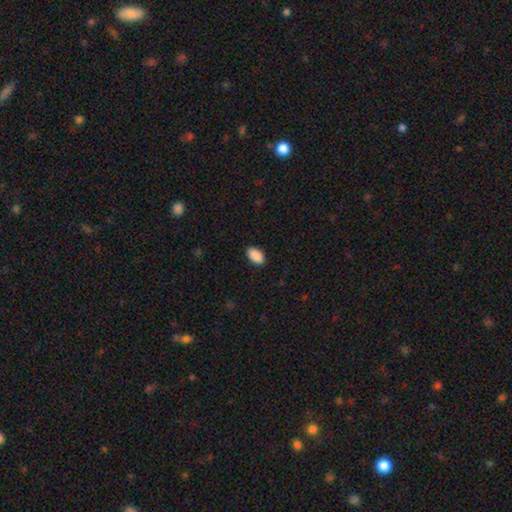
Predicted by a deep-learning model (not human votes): smooth 91%, star or artifact 7%, featured or disk 2%. Down the decision tree: how rounded — in between (94%); merging — none (89%).